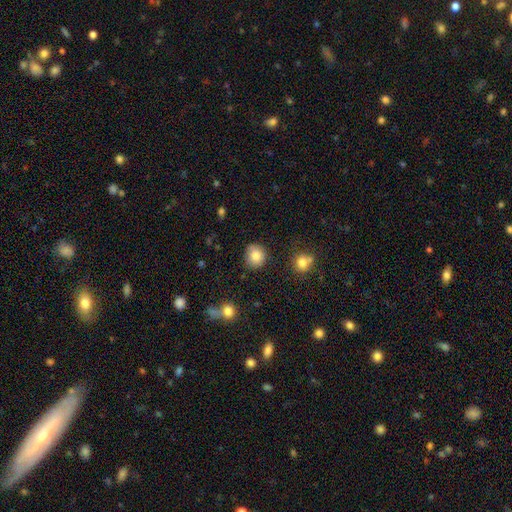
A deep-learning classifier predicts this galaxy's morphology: This appears to be a smooth galaxy with no disk features (83%) that is round (87%). Merging: none (80%).